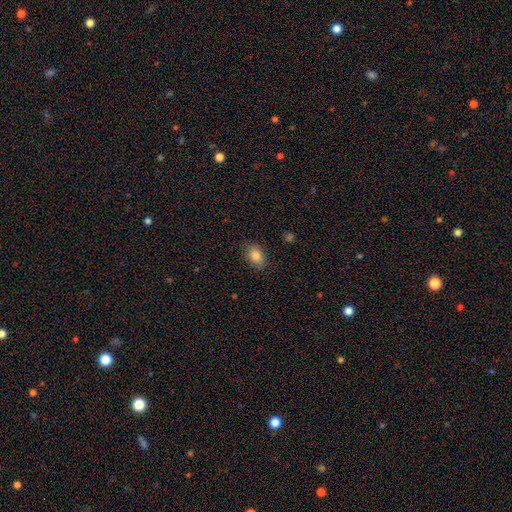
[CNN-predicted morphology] This appears to be a smooth galaxy with no disk features (85%) that is in between round and cigar-shaped (82%). Merging: none (85%).